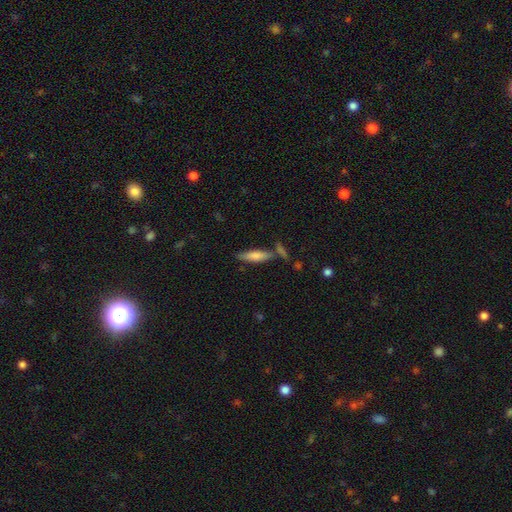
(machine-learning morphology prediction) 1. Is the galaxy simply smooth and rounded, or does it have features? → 70% smooth, 24% featured or disk, 7% star or artifact.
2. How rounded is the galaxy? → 69% cigar-shaped, 29% in between, 2% round.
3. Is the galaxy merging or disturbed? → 68% none, 15% minor disturbance, 13% merger, 4% major disturbance.